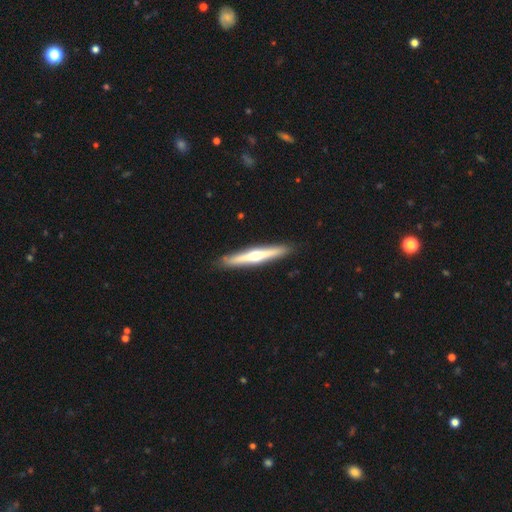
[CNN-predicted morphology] The model was most divided on "smooth or featured": featured or disk: 67%, smooth: 29%, star or artifact: 4%. More confident: edge-on disk — yes (97%); merging — none (91%); edge-on bulge — rounded (91%).